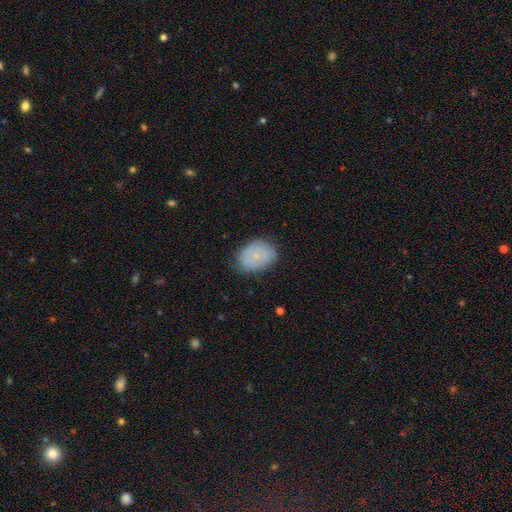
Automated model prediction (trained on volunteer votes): Smooth or featured: smooth — 65% (featured or disk — 27%)
How rounded: in between — 72% (round — 27%)
Merging: none — 76% (minor disturbance — 19%)